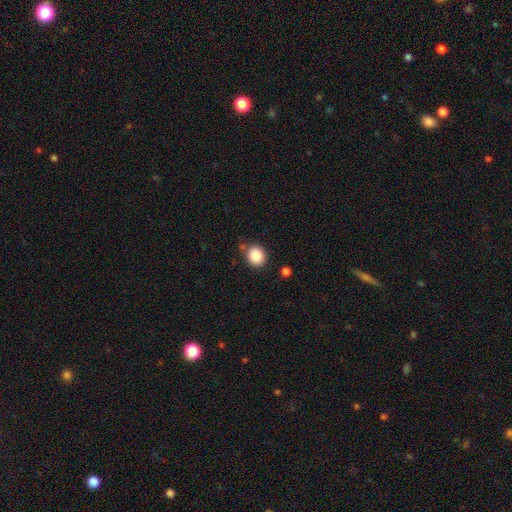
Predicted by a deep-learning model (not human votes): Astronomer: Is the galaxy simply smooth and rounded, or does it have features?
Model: smooth — 86%.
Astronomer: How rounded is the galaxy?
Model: round — 72%.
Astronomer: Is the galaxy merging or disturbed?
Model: none — 78%.